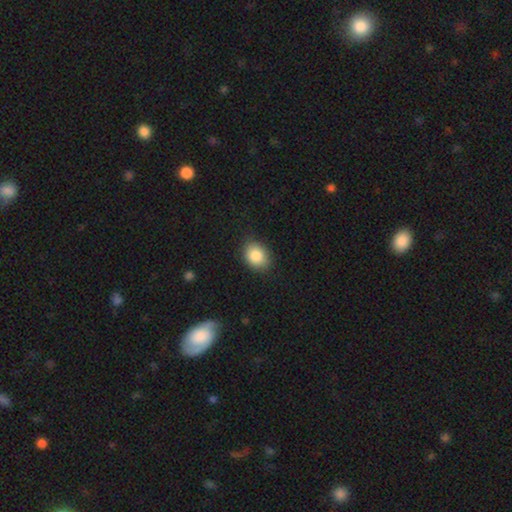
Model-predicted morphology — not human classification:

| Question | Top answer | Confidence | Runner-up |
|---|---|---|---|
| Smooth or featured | smooth | 86% | star or artifact (8%) |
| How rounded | in between | 60% | round (39%) |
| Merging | none | 82% | minor disturbance (14%) |